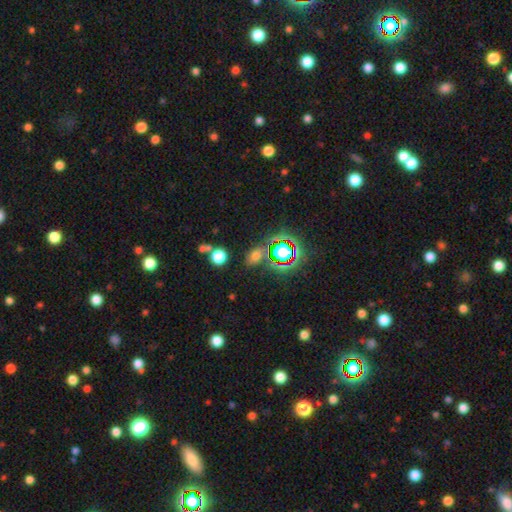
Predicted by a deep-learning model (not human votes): Smooth or featured: smooth — 57% (star or artifact — 34%)
How rounded: in between — 61% (round — 36%)
Merging: none — 75% (minor disturbance — 13%)